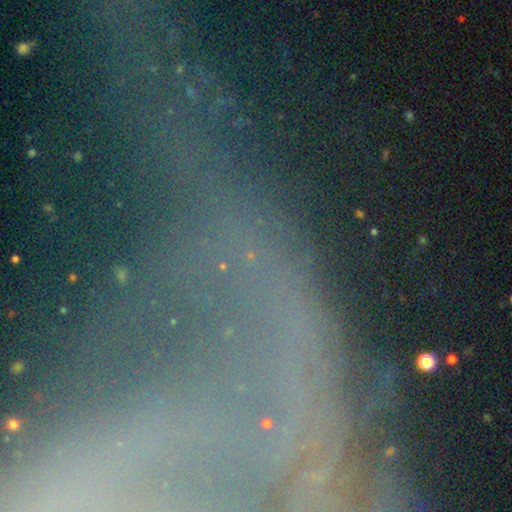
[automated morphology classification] A star or artifact, not a galaxy (63%).

Vote fractions:
- Smooth or featured? star or artifact: 63% / featured or disk: 22% / smooth: 15%